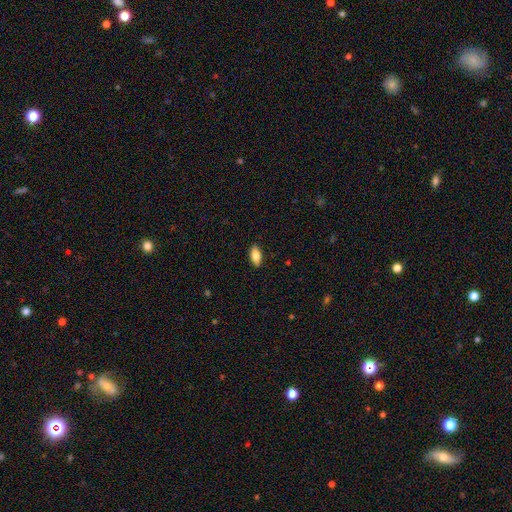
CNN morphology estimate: The model was most divided on "smooth or featured": smooth: 82%, featured or disk: 11%, star or artifact: 7%. More confident: merging — none (89%); how rounded — in between (88%).